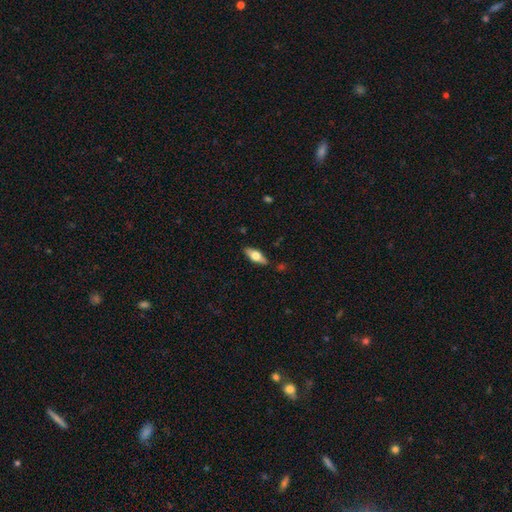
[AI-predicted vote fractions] Smooth or featured? Predicted: smooth (p=0.56). How rounded? Predicted: in between (p=0.69). Merging? Predicted: none (p=0.85).